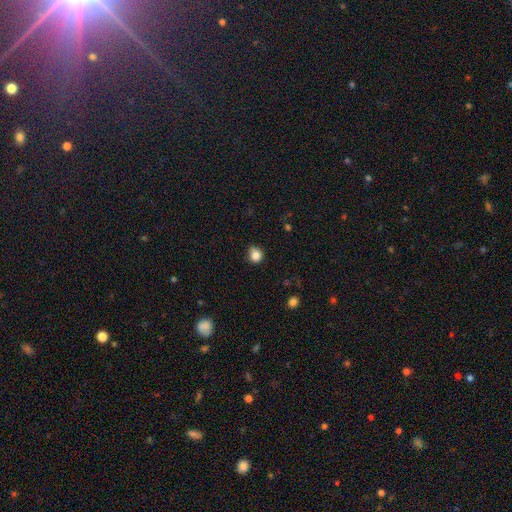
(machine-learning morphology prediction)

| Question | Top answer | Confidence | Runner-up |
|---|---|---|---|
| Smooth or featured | smooth | 83% | star or artifact (12%) |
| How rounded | round | 83% | in between (16%) |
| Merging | none | 69% | minor disturbance (24%) |